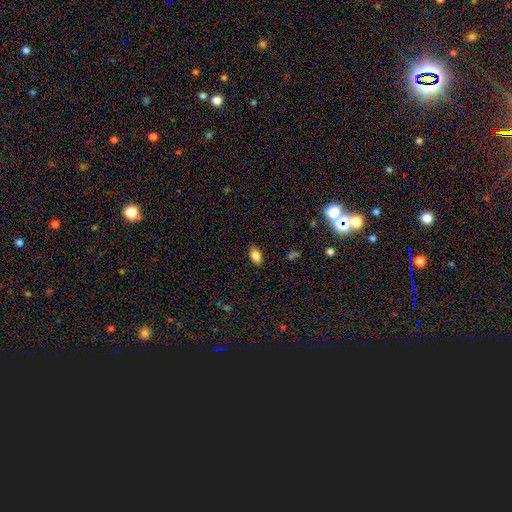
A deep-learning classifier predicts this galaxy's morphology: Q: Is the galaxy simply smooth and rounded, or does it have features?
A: smooth — 85%.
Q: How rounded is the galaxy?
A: in between — 91%.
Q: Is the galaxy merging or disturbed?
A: none — 86%.